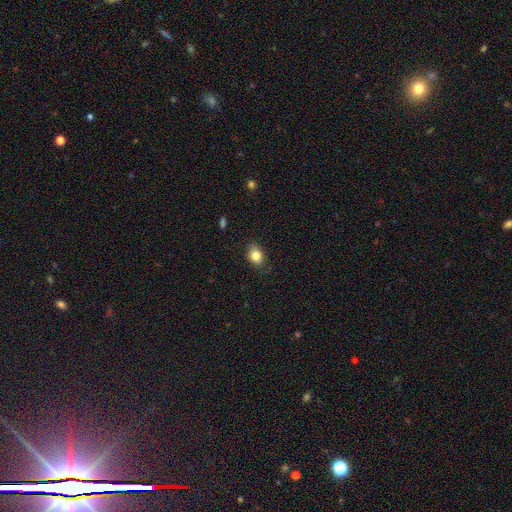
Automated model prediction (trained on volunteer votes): Smooth or featured? smooth (84%)
How rounded? in between (68%)
Merging? none (80%)